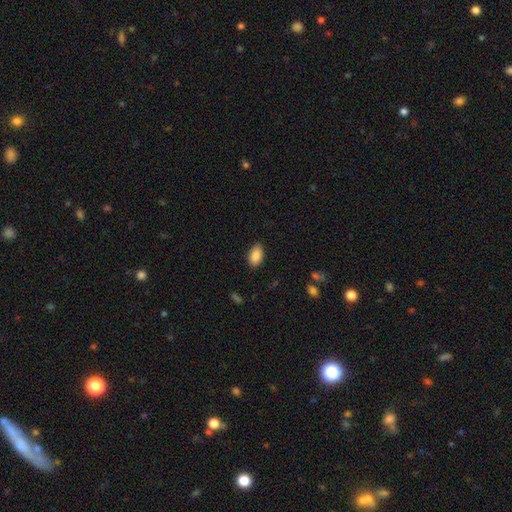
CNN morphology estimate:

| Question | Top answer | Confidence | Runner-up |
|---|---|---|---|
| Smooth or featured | smooth | 89% | star or artifact (7%) |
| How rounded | in between | 93% | round (5%) |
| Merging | none | 85% | minor disturbance (11%) |